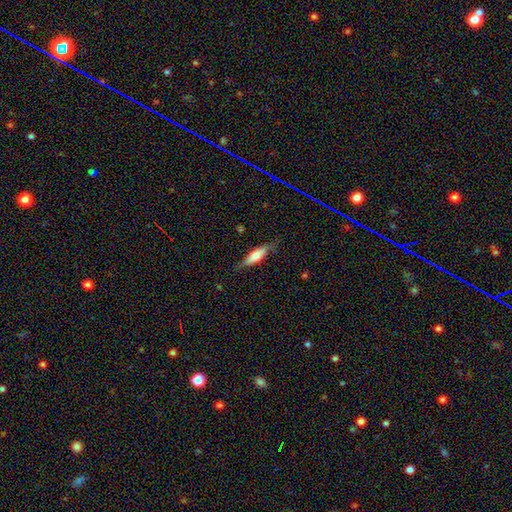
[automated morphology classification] smooth-or-featured: smooth: 54% | featured or disk: 40% | star or artifact: 6%
  how-rounded: cigar-shaped: 58% | in between: 40% | round: 2%
  merging: none: 77% | minor disturbance: 18% | major disturbance: 4% | merger: 1%